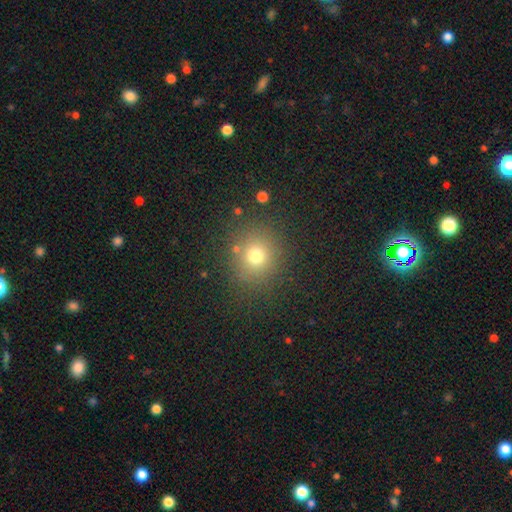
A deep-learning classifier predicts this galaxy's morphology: The model was most divided on "smooth or featured": smooth: 72%, star or artifact: 19%, featured or disk: 9%. More confident: how rounded — round (85%); merging — none (83%).